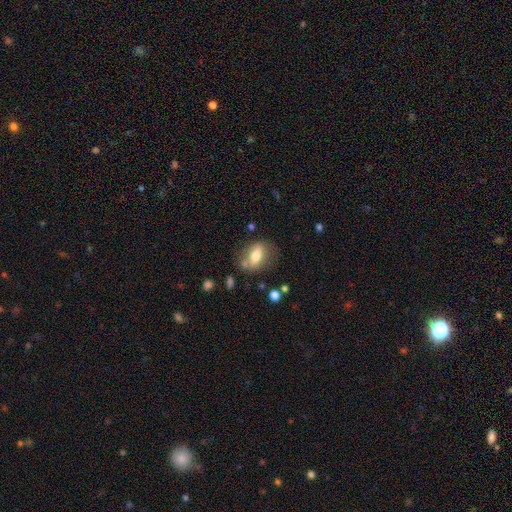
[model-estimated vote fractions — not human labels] Q: Smooth or featured?
A: smooth (63%); runner-up: featured or disk (29%)
Q: How rounded?
A: in between (75%); runner-up: round (19%)
Q: Merging?
A: none (66%); runner-up: minor disturbance (19%)